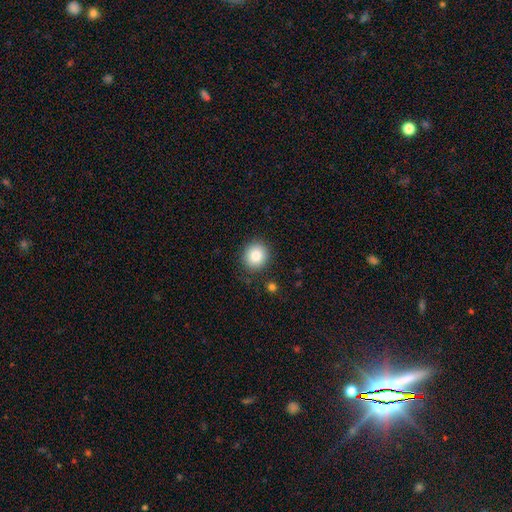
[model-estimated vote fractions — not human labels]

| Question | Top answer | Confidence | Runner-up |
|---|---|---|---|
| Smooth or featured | smooth | 83% | star or artifact (9%) |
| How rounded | round | 85% | in between (14%) |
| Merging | none | 88% | minor disturbance (8%) |